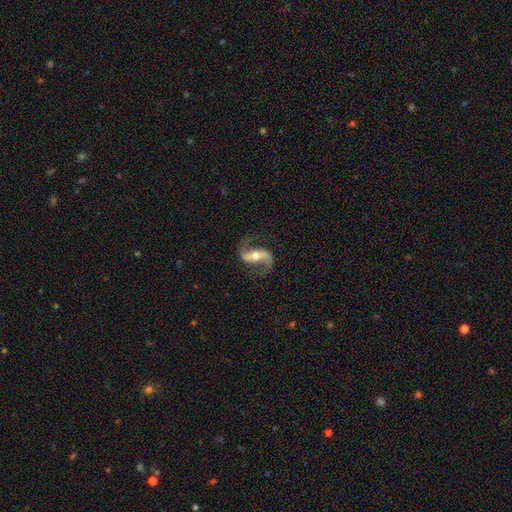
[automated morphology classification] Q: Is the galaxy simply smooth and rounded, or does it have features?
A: featured or disk — 90%.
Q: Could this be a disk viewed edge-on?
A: no — 96%.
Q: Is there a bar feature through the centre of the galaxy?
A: strong — 46%.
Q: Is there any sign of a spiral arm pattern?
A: yes — 97%.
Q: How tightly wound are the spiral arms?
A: loose — 58%.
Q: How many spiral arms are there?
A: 2 — 94%.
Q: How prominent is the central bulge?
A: moderate — 62%.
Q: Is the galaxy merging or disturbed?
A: none — 81%.